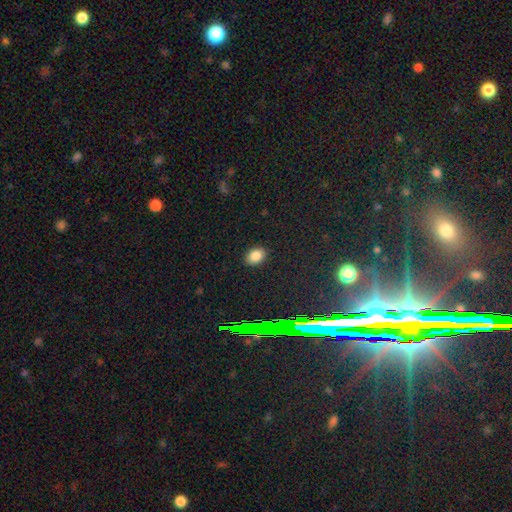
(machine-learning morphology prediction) smooth-or-featured: smooth: 84% | star or artifact: 11% | featured or disk: 5%
  how-rounded: in between: 73% | round: 26% | cigar-shaped: 1%
  merging: none: 89% | minor disturbance: 8% | major disturbance: 2% | merger: 1%